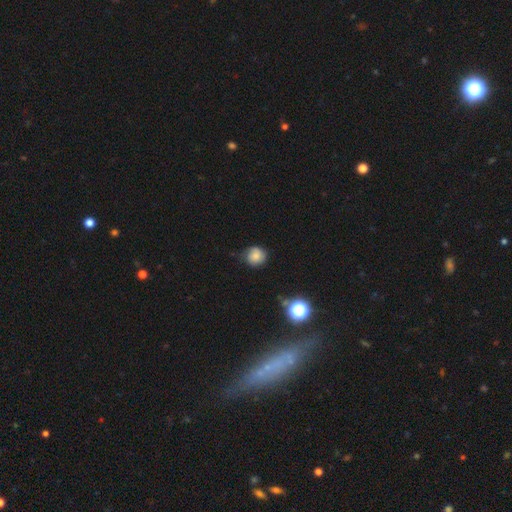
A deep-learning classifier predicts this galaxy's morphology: Smooth or featured? smooth (73%)
How rounded? round (87%)
Merging? none (67%)